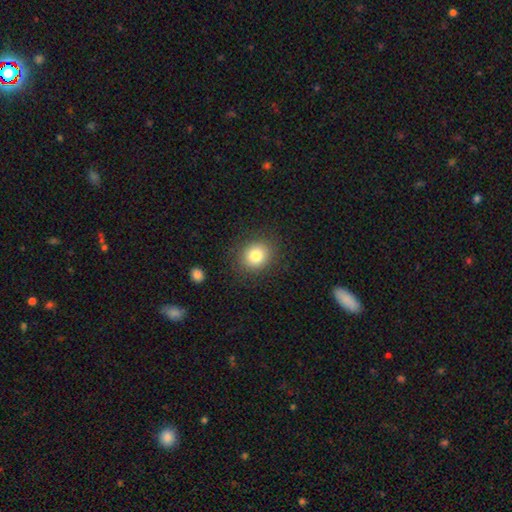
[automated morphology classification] smooth-or-featured: smooth: 82% | star or artifact: 10% | featured or disk: 8%
  how-rounded: round: 74% | in between: 25% | cigar-shaped: 1%
  merging: none: 87% | minor disturbance: 8% | major disturbance: 3% | merger: 1%